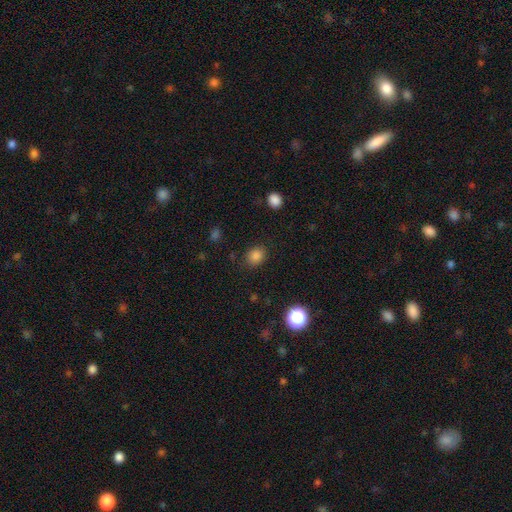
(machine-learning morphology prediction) smooth_or_featured: smooth (p=0.83) [alt: star or artifact p=0.13]
how_rounded: round (p=0.59) [alt: in between p=0.40]
merging: none (p=0.84) [alt: minor disturbance p=0.11]